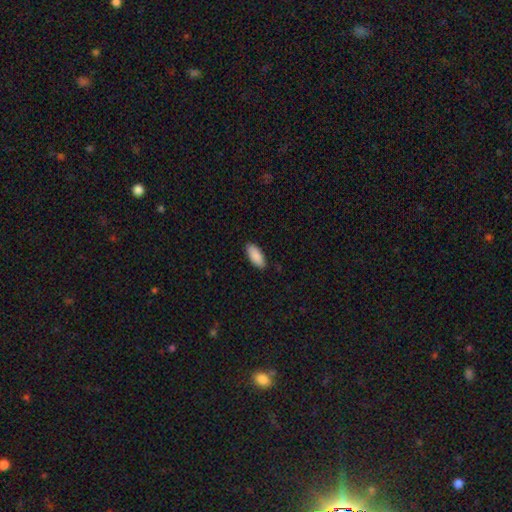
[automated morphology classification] The model was most divided on "how rounded": in between: 86%, cigar-shaped: 12%, round: 2%. More confident: smooth or featured — smooth (91%); merging — none (88%).